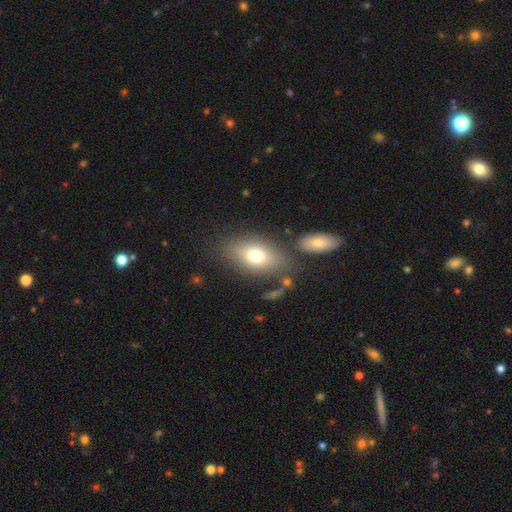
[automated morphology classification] This is likely a smooth galaxy (74%). How rounded: clearly in between (82%). Merging: likely none (67%).